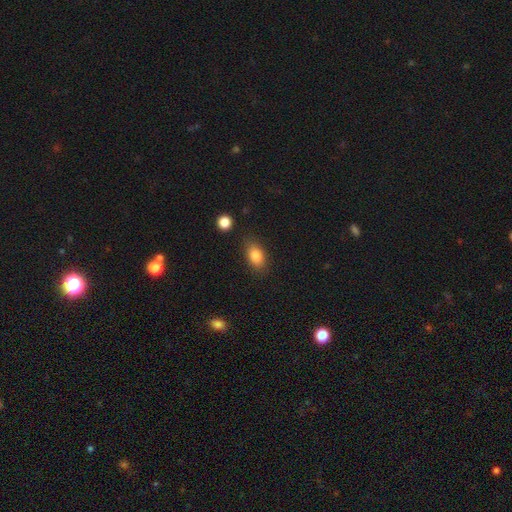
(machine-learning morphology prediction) smooth 83%, star or artifact 9%, featured or disk 8%. Down the decision tree: how rounded — in between (85%); merging — none (83%).